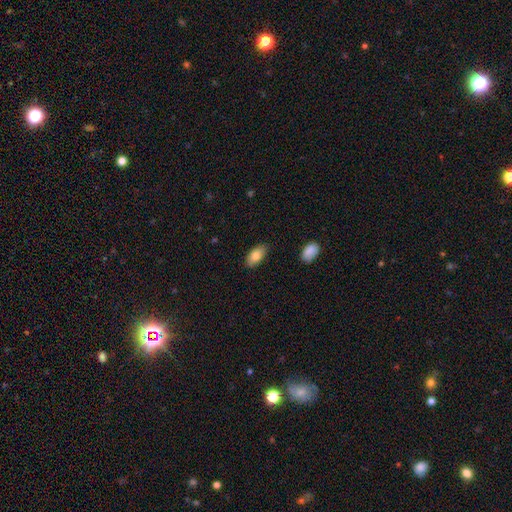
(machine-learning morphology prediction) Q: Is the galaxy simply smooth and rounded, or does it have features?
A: smooth — 80%.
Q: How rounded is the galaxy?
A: in between — 93%.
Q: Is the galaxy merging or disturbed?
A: none — 83%.